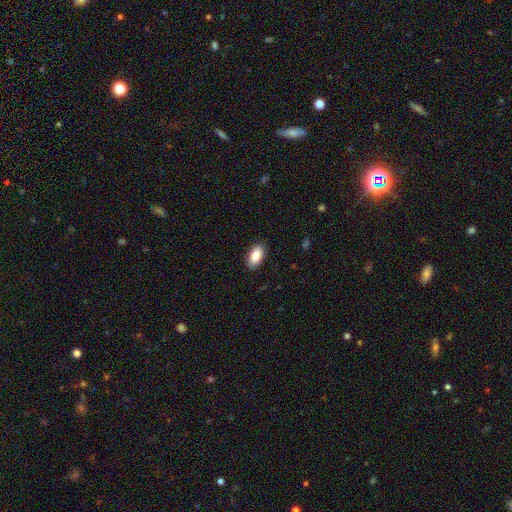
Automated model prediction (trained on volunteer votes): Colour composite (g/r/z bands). It shows a smooth galaxy with no disk features (88%) that is in between round and cigar-shaped (94%). Merging: none (88%).